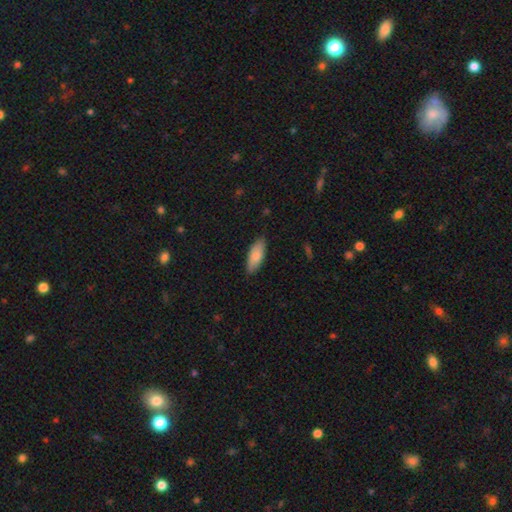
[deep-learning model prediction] smooth-or-featured: smooth: 81% | featured or disk: 13% | star or artifact: 6%
  how-rounded: in between: 73% | cigar-shaped: 25% | round: 2%
  merging: none: 84% | minor disturbance: 13% | major disturbance: 2% | merger: 1%